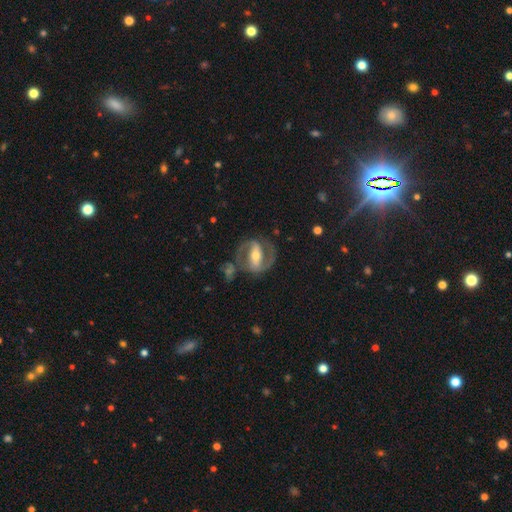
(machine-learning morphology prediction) featured or disk 86%, smooth 9%, star or artifact 5%. Down the decision tree: edge-on disk — no (95%); bar — strong (68%); spiral arms — yes (91%); spiral arm count — 2 (90%); spiral winding — medium (55%); bulge size — moderate (59%); merging — none (72%).